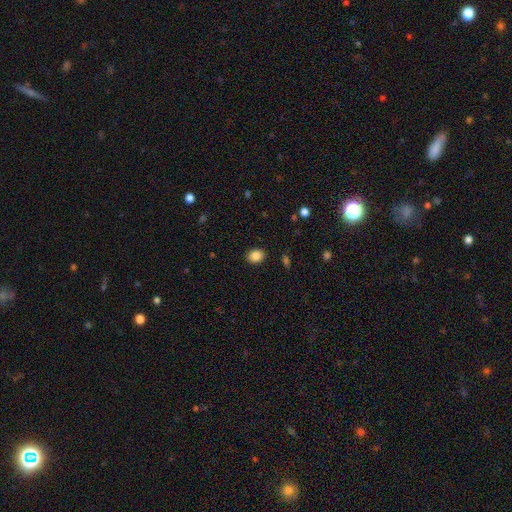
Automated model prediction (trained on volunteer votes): The model was most divided on "how rounded": round: 50%, in between: 49%, cigar-shaped: 1%. More confident: merging — none (90%); smooth or featured — smooth (85%).